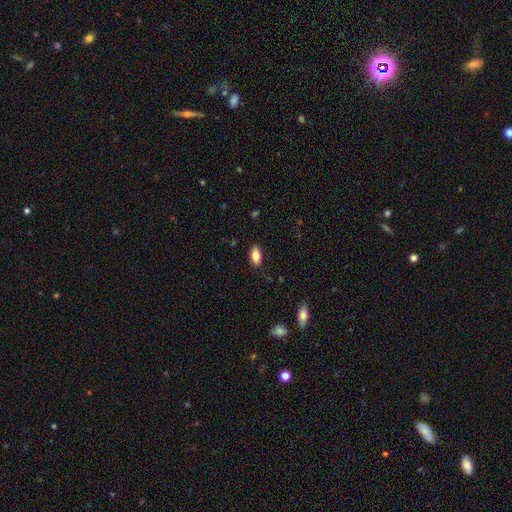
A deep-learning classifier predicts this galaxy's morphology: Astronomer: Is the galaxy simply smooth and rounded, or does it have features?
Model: smooth — 84%.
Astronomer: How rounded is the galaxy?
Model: in between — 91%.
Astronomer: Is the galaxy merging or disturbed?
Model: none — 87%.